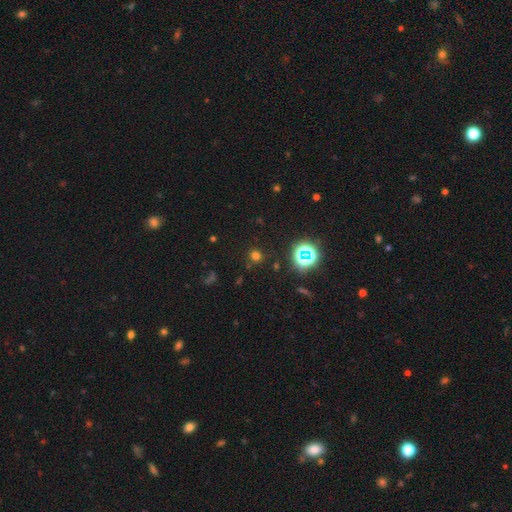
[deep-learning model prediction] Smooth or featured?
  - smooth: 61% *
  - star or artifact: 33%
  - featured or disk: 7%
How rounded?
  - round: 91% *
  - in between: 8%
  - cigar-shaped: 1%
Merging?
  - none: 84% *
  - minor disturbance: 8%
  - merger: 4%
  - major disturbance: 4%